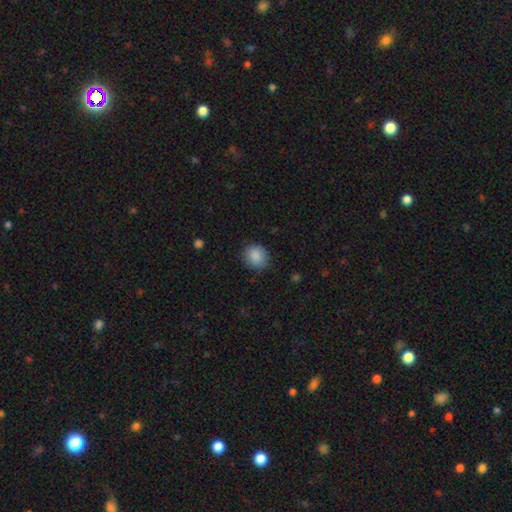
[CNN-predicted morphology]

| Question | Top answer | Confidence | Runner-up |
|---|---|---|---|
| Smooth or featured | smooth | 88% | star or artifact (8%) |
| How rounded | round | 75% | in between (24%) |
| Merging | none | 84% | minor disturbance (12%) |